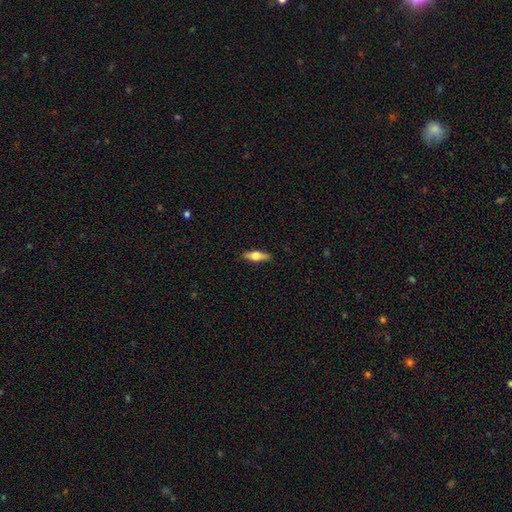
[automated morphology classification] Q: Smooth or featured?
A: smooth (51%); runner-up: featured or disk (42%)
Q: How rounded?
A: cigar-shaped (49%); runner-up: in between (47%)
Q: Merging?
A: none (88%); runner-up: minor disturbance (9%)